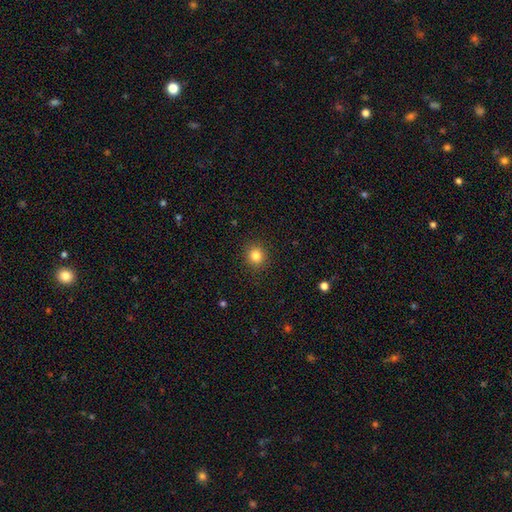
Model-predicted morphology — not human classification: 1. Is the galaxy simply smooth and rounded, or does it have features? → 83% smooth, 12% star or artifact, 5% featured or disk.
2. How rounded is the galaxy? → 88% round, 11% in between, 1% cigar-shaped.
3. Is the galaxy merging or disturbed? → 91% none, 6% minor disturbance, 2% major disturbance, 1% merger.